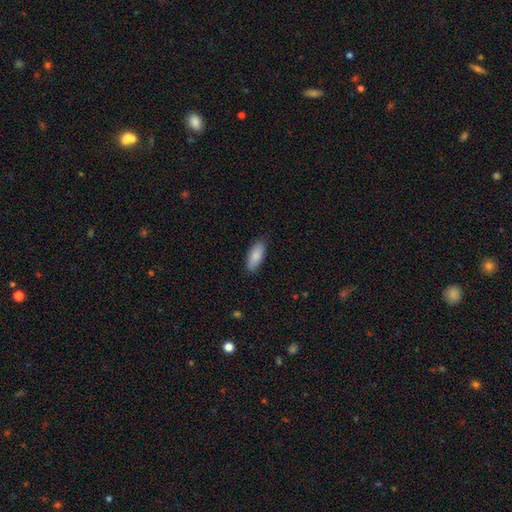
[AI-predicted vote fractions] This appears to be a smooth galaxy with no disk features (86%) that is in between round and cigar-shaped (80%). Merging: none (86%).